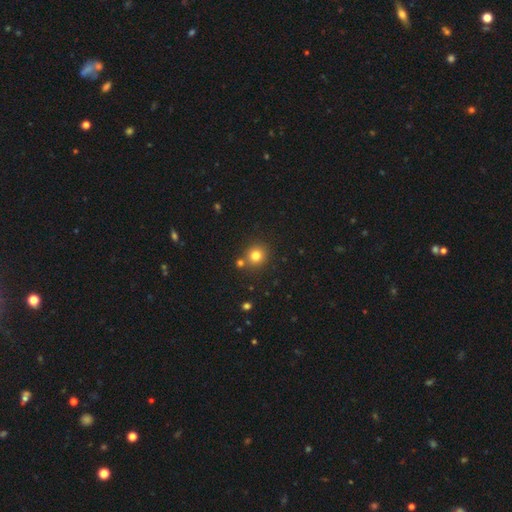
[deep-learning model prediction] Q: Smooth or featured?
A: smooth (79%); runner-up: star or artifact (14%)
Q: How rounded?
A: round (90%); runner-up: in between (9%)
Q: Merging?
A: none (77%); runner-up: merger (13%)